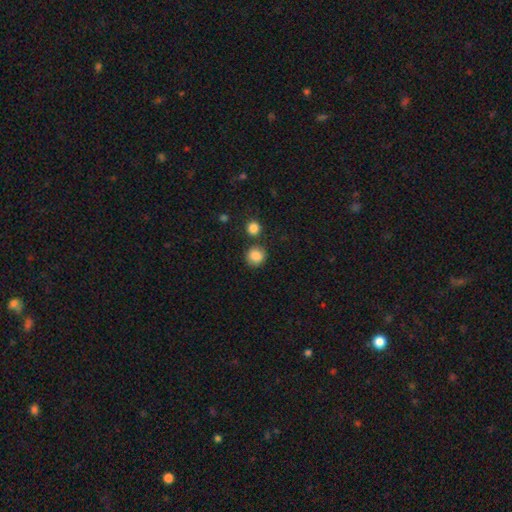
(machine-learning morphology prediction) A smooth galaxy with no disk features (86%) that is round (89%).

Vote fractions:
- Smooth or featured? smooth: 86% / star or artifact: 10% / featured or disk: 5%
- How rounded? round: 89% / in between: 10% / cigar-shaped: 1%
- Merging? none: 79% / minor disturbance: 10% / merger: 8% / major disturbance: 3%